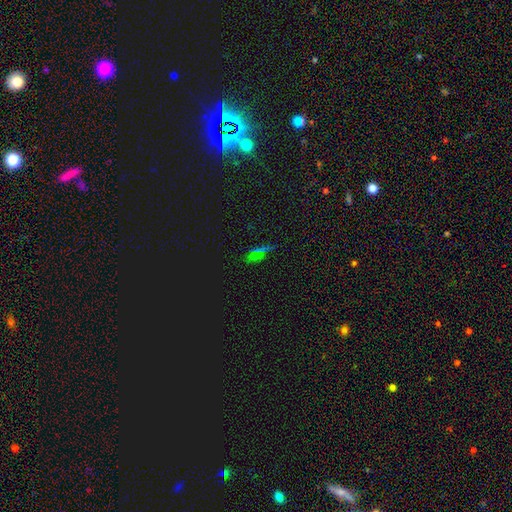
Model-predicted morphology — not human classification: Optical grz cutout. It shows a star or artifact, not a galaxy (56%).